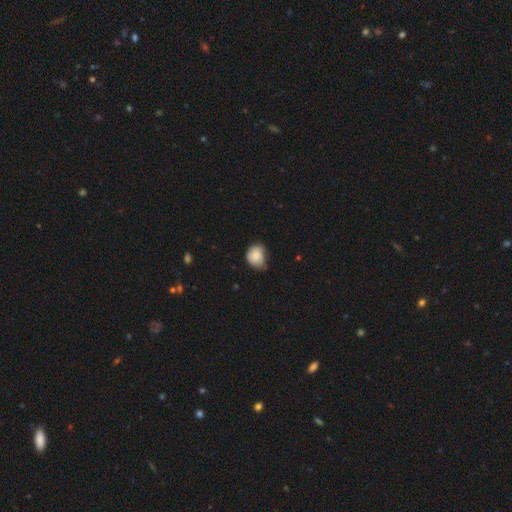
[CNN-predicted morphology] A smooth galaxy with no disk features (83%) that is round (56%). Merging: minor disturbance (45%).